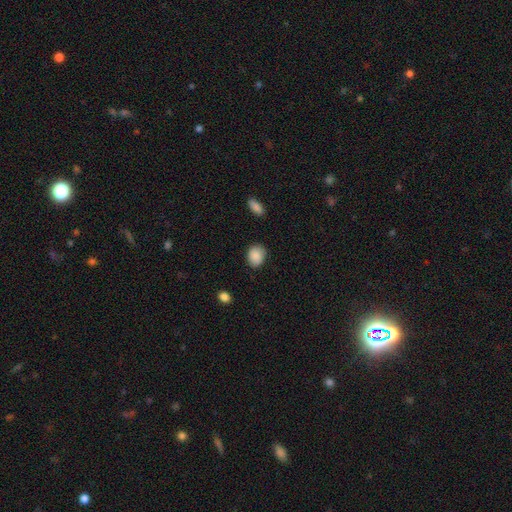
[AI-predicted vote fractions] A smooth galaxy with no disk features (89%) that is round (51%).

Vote fractions:
- Smooth or featured? smooth: 89% / star or artifact: 8% / featured or disk: 4%
- How rounded? round: 51% / in between: 48% / cigar-shaped: 1%
- Merging? none: 81% / minor disturbance: 15% / major disturbance: 3% / merger: 1%